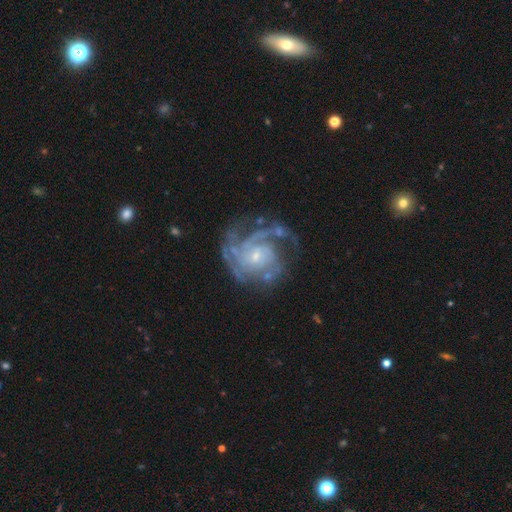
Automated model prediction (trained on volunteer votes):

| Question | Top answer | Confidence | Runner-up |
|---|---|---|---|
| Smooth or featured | featured or disk | 89% | star or artifact (6%) |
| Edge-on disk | no | 98% | yes (2%) |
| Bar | no | 69% | weak (26%) |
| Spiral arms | yes | 97% | no (3%) |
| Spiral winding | tight | 59% | medium (34%) |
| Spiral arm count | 3 | 31% | can't tell (21%) |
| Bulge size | small | 73% | moderate (21%) |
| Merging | none | 62% | minor disturbance (19%) |